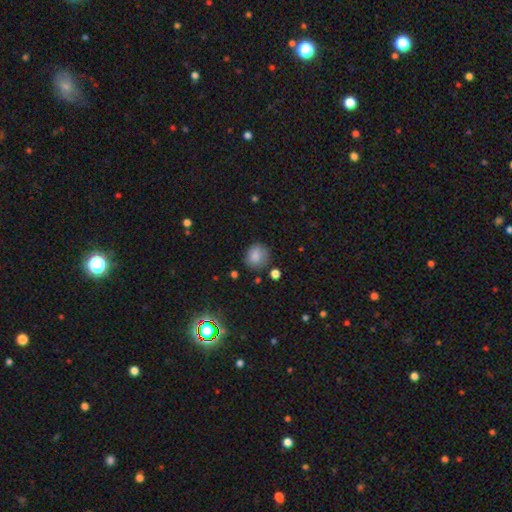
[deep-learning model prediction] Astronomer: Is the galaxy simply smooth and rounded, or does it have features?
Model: smooth — 82%.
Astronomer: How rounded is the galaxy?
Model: round — 81%.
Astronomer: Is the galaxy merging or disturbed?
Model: none — 75%.